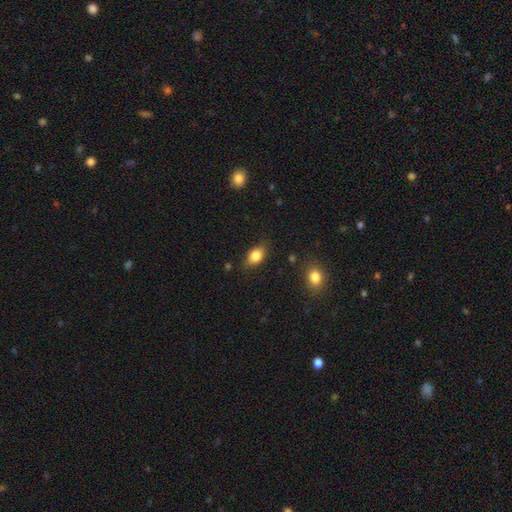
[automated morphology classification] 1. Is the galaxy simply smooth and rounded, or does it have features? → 81% smooth, 10% featured or disk, 8% star or artifact.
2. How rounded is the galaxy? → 84% in between, 13% round, 4% cigar-shaped.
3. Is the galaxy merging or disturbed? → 79% none, 16% minor disturbance, 3% major disturbance, 1% merger.